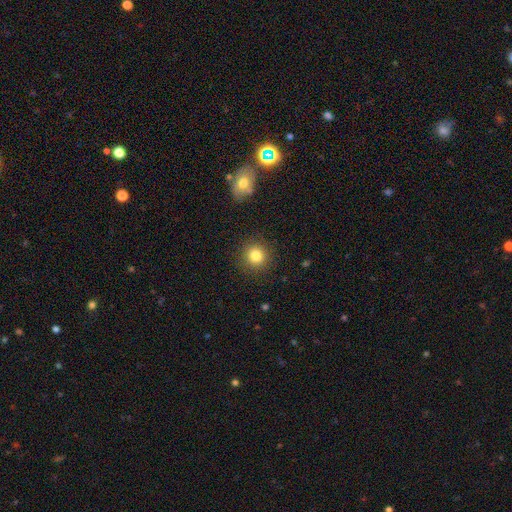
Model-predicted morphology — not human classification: smooth 81%, star or artifact 12%, featured or disk 7%. Down the decision tree: how rounded — round (92%); merging — none (90%).